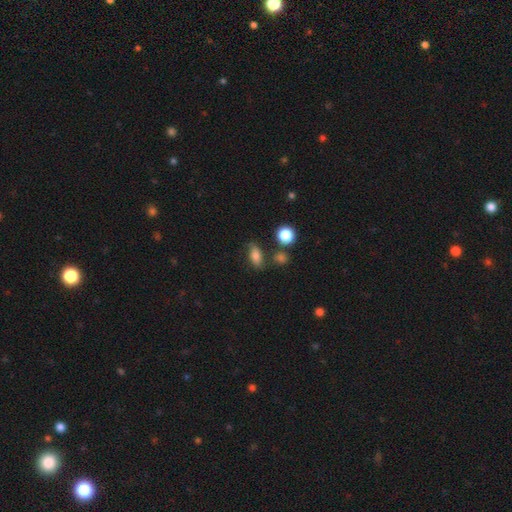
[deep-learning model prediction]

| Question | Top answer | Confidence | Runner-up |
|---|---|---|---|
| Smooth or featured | smooth | 74% | featured or disk (15%) |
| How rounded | in between | 77% | round (14%) |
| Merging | none | 66% | minor disturbance (21%) |